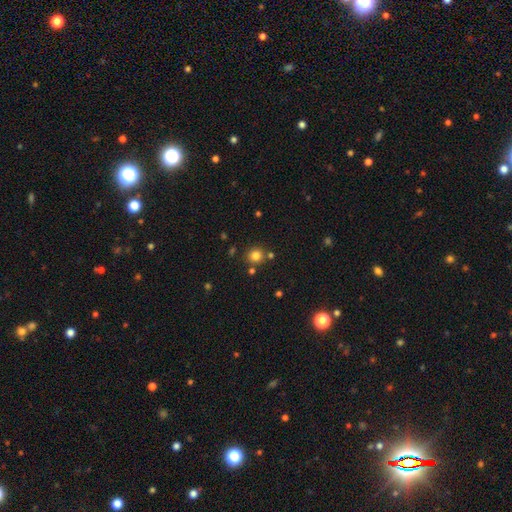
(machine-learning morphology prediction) This is clearly a smooth galaxy (80%). How rounded: clearly round (91%). Merging: clearly none (81%).